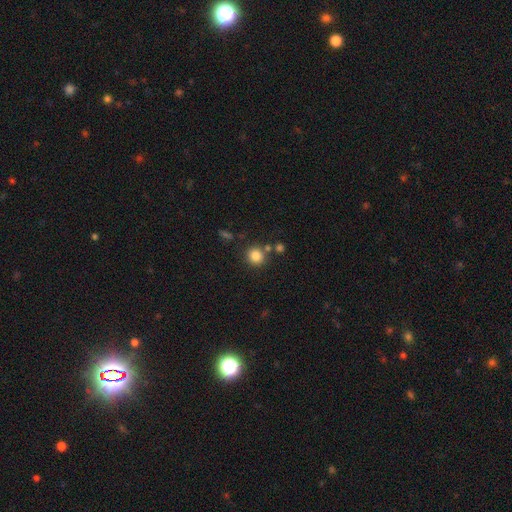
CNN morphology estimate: Smooth or featured? smooth (83%)
How rounded? round (90%)
Merging? none (79%)